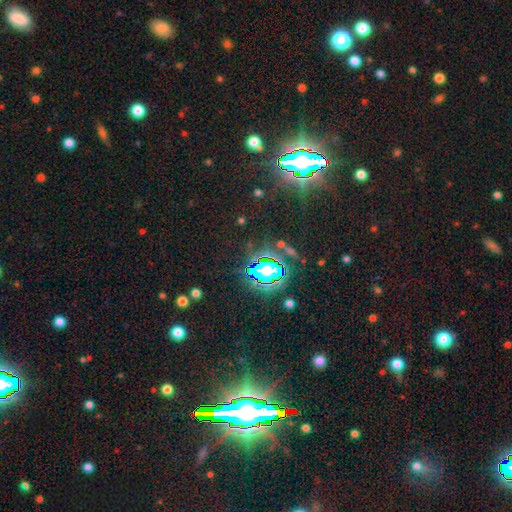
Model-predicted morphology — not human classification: A star or artifact, not a galaxy (84%).